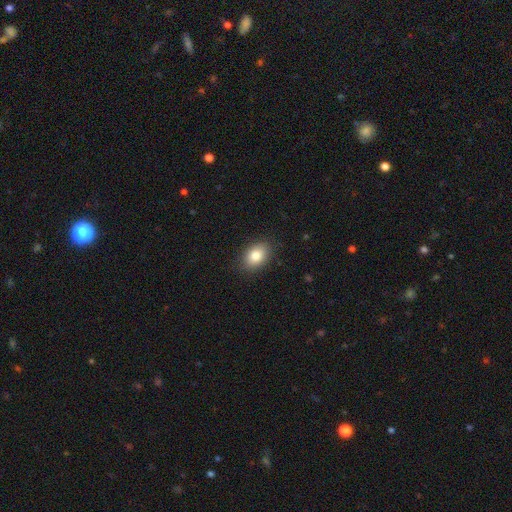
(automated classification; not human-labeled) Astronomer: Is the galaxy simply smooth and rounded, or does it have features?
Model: smooth — 82%.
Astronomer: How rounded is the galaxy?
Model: in between — 81%.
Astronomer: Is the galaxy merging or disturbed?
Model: none — 87%.